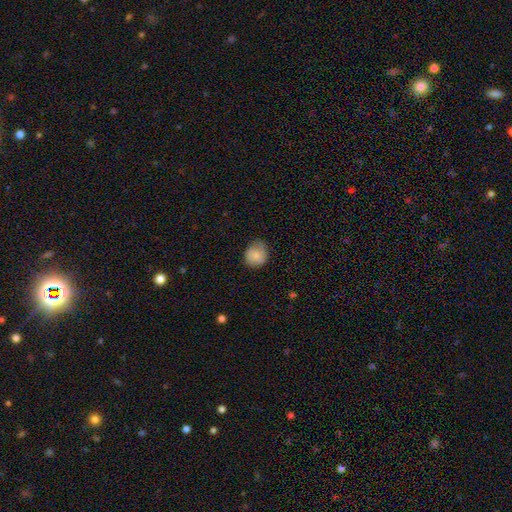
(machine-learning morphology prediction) This appears to be a smooth galaxy with no disk features (79%) that is round (77%). Merging: none (66%).